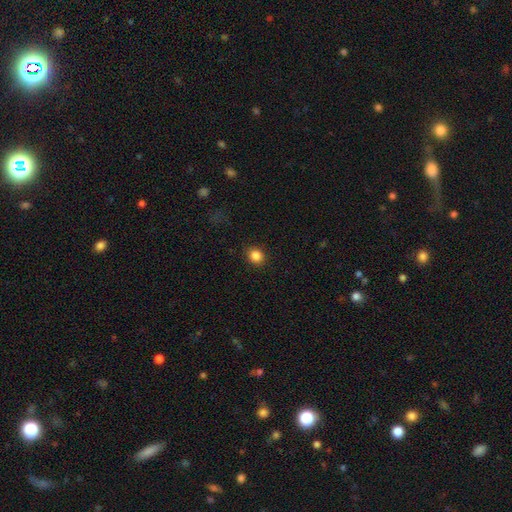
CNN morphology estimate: This appears to be a smooth galaxy with no disk features (86%) that is round (78%). Merging: none (88%).